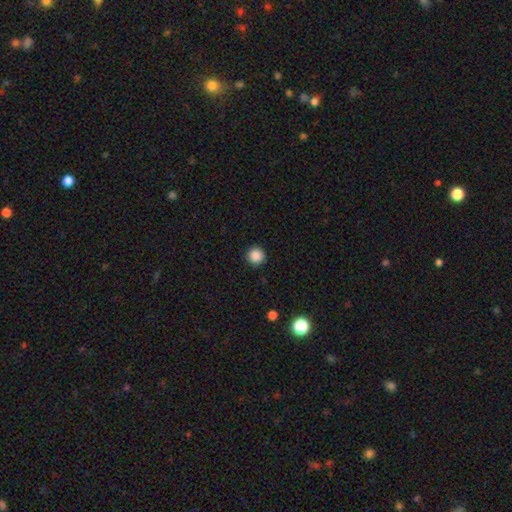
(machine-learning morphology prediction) This is clearly a smooth galaxy (87%). How rounded: clearly round (96%). Merging: clearly none (92%).